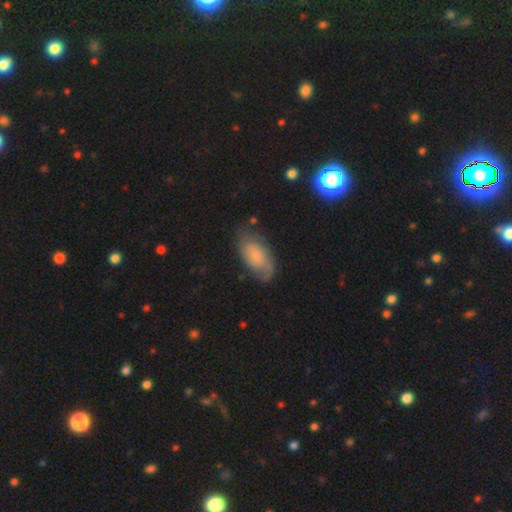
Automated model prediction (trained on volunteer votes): smooth_or_featured: smooth (p=0.48) [alt: featured or disk p=0.44]
merging: none (p=0.66) [alt: minor disturbance p=0.23]